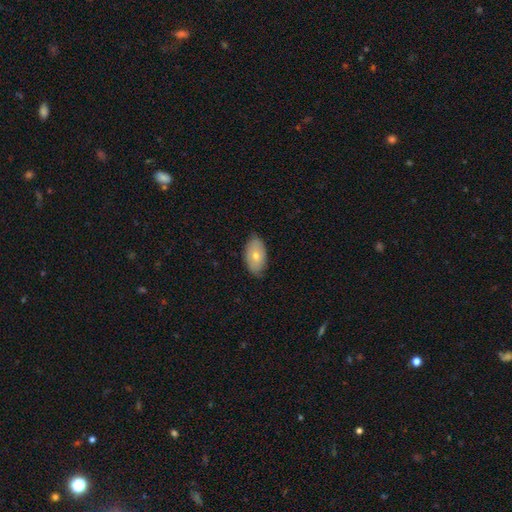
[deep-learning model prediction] This is likely a smooth galaxy (67%). How rounded: clearly in between (93%). Merging: likely none (76%).